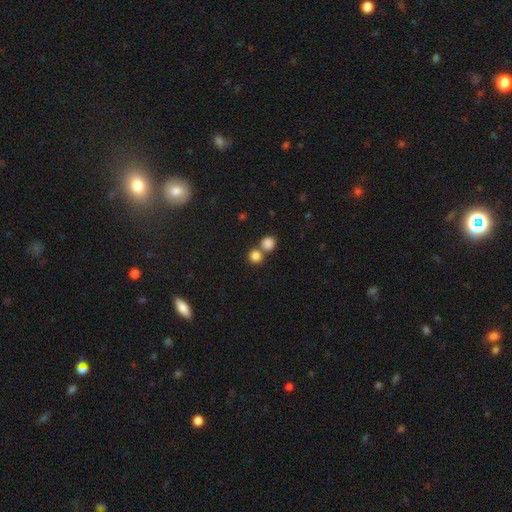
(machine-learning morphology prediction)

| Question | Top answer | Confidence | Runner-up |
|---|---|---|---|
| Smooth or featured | smooth | 83% | star or artifact (11%) |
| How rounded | round | 88% | in between (11%) |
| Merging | none | 54% | merger (38%) |